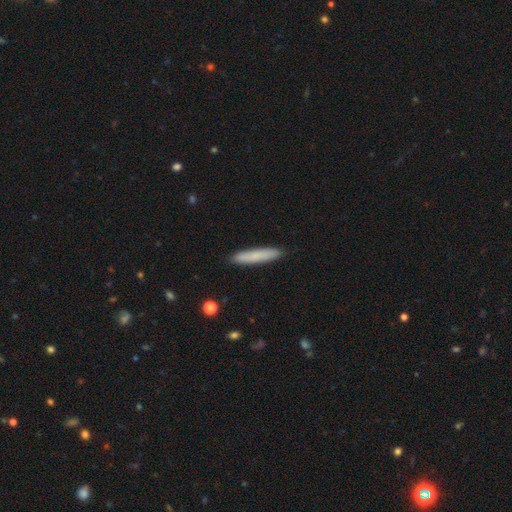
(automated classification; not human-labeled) This is likely a smooth galaxy (80%). How rounded: clearly cigar-shaped (92%). Merging: clearly none (91%).